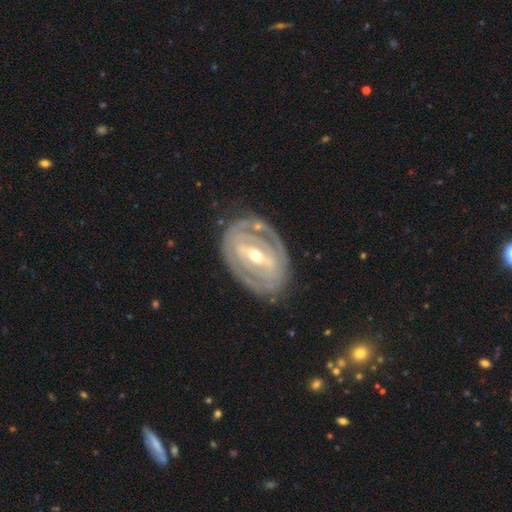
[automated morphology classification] Q: Smooth or featured?
A: featured or disk (85%); runner-up: smooth (10%)
Q: Edge-on disk?
A: no (94%); runner-up: yes (6%)
Q: Bar?
A: strong (54%); runner-up: weak (33%)
Q: Spiral arms?
A: yes (76%); runner-up: no (24%)
Q: Spiral winding?
A: tight (76%); runner-up: medium (18%)
Q: Spiral arm count?
A: 2 (50%); runner-up: can't tell (30%)
Q: Bulge size?
A: moderate (62%); runner-up: small (33%)
Q: Merging?
A: none (77%); runner-up: minor disturbance (15%)